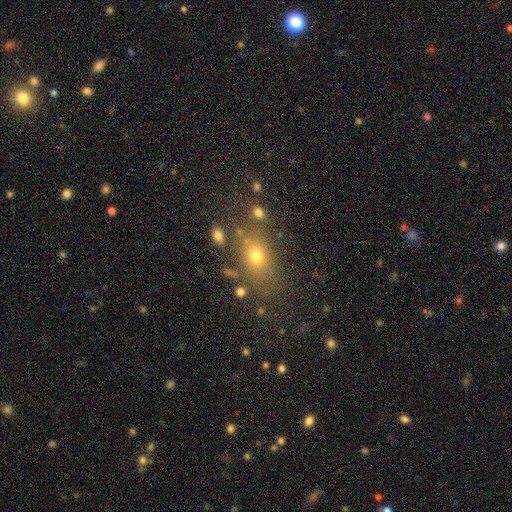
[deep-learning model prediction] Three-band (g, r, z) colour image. It shows a smooth galaxy with no disk features (67%) that is in between round and cigar-shaped (68%). Merging: none (68%).